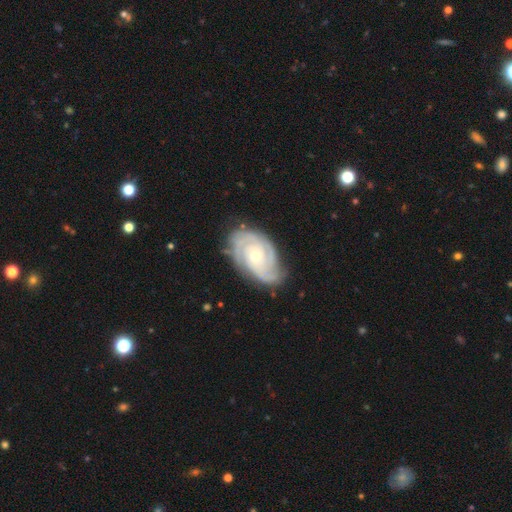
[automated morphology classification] Overall: featured or disk (88%). Edge-on disk: no (97%). Bar: no (74%). Spiral arms: yes (97%). Spiral arm count: 3 (32%; 2 24%). Spiral winding: tight (70%). Bulge size: small (54%; moderate 43%). Merging: none (74%).